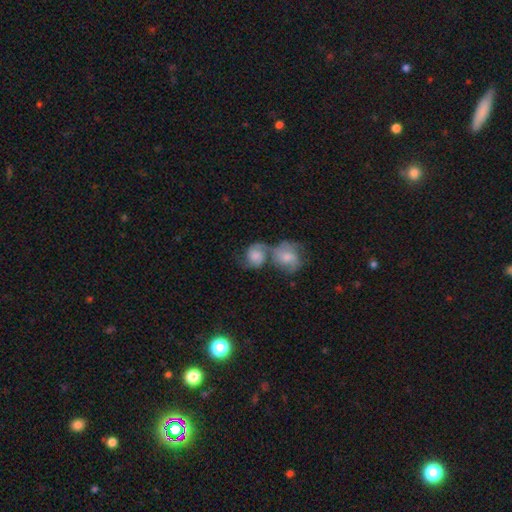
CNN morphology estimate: This is likely a featured or disk galaxy (63%). It is clearly not viewed edge-on (97%). Bar: likely no (66%). Spiral arm pattern: clearly yes (91%). Spiral arm count: clearly 2 (82%). Spiral winding: possibly medium (48%). Central bulge: marginally moderate (37%). Merging: likely merger (66%).